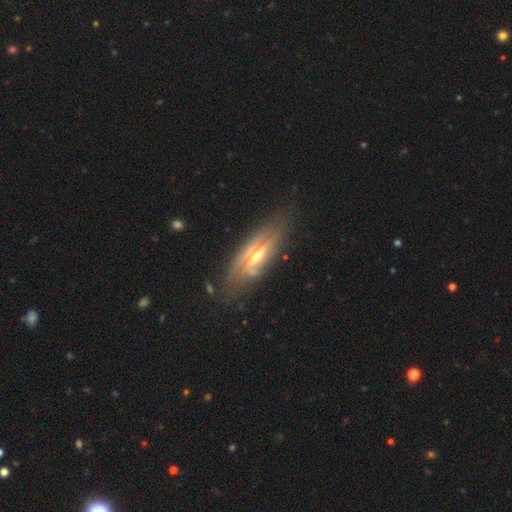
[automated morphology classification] This appears to be a featured or disk galaxy (75%) viewed edge-on (75%) with a rounded central bulge (83%). Merging: none (73%).